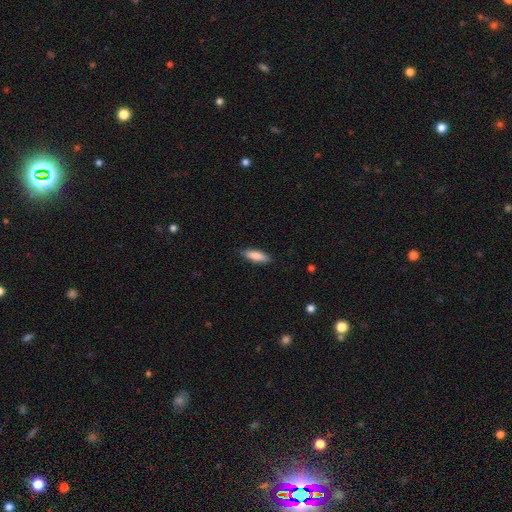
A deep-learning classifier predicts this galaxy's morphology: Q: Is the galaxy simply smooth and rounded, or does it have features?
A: smooth — 85%.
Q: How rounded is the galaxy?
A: cigar-shaped — 50%.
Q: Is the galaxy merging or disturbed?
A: none — 86%.